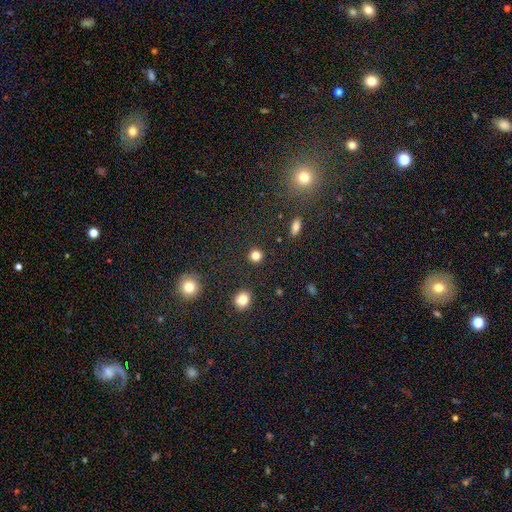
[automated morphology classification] A smooth galaxy with no disk features (82%) that is round (91%).

Vote fractions:
- Smooth or featured? smooth: 82% / star or artifact: 13% / featured or disk: 5%
- How rounded? round: 91% / in between: 8% / cigar-shaped: 1%
- Merging? none: 91% / minor disturbance: 5% / major disturbance: 2% / merger: 2%